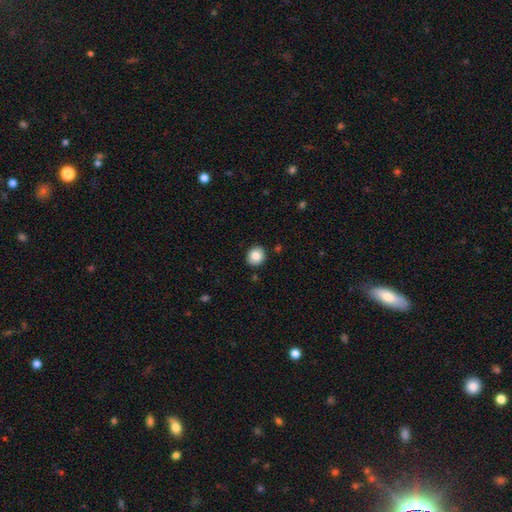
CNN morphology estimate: Smooth or featured? smooth (84%)
How rounded? round (82%)
Merging? none (90%)